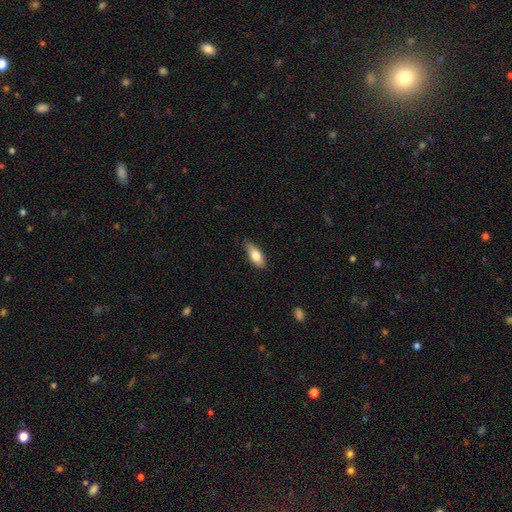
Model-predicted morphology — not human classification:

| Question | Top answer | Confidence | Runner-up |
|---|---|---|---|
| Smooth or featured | smooth | 75% | featured or disk (19%) |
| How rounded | in between | 78% | cigar-shaped (19%) |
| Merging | none | 79% | minor disturbance (17%) |